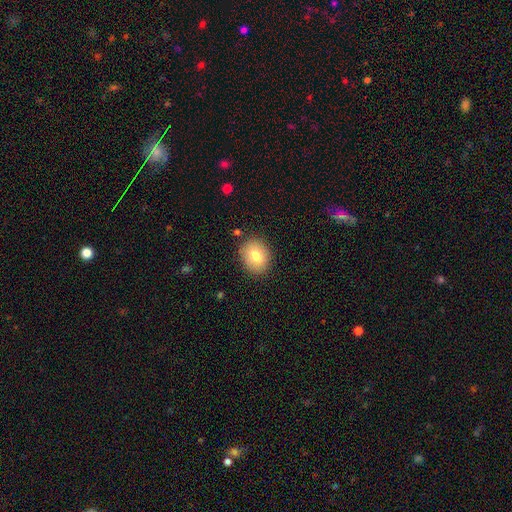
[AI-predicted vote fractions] smooth 77%, featured or disk 14%, star or artifact 9%. Down the decision tree: how rounded — round (55%); merging — none (85%).